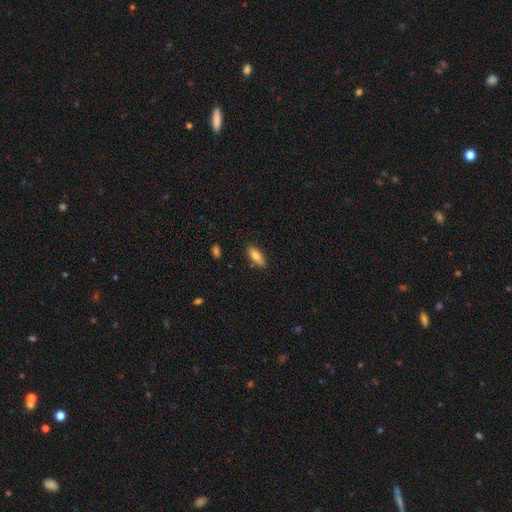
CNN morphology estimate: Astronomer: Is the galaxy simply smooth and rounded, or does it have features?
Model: smooth — 78%.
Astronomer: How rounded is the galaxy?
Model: in between — 70%.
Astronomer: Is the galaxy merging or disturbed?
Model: none — 85%.